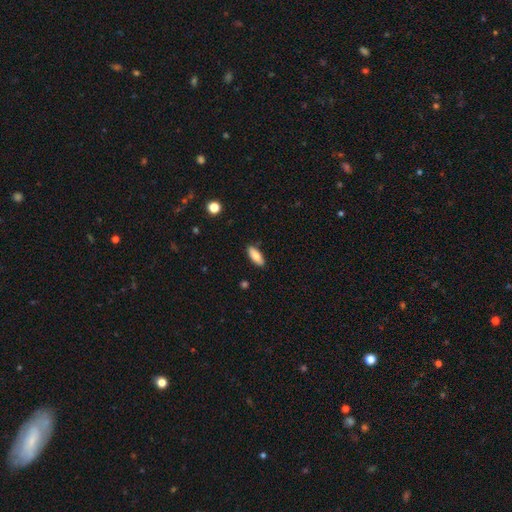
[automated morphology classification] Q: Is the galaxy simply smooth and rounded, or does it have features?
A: smooth — 85%.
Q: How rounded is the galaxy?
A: in between — 76%.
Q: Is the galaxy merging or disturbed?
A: none — 86%.